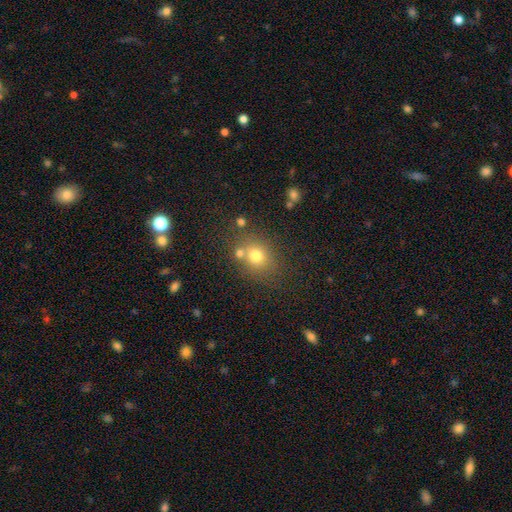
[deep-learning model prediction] This appears to be a smooth galaxy with no disk features (74%) that is round (67%). Merging: none (64%).